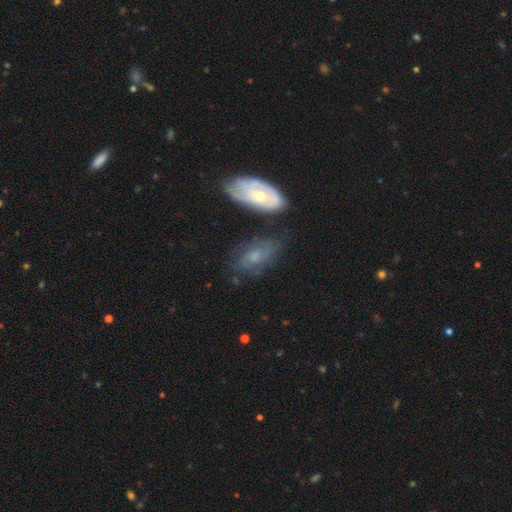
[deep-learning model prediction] Q: Smooth or featured?
A: featured or disk (61%); runner-up: smooth (29%)
Q: Edge-on disk?
A: no (93%); runner-up: yes (7%)
Q: Bar?
A: no (66%); runner-up: weak (29%)
Q: Spiral arms?
A: yes (82%); runner-up: no (18%)
Q: Bulge size?
A: small (40%); runner-up: moderate (38%)
Q: Merging?
A: none (56%); runner-up: minor disturbance (22%)